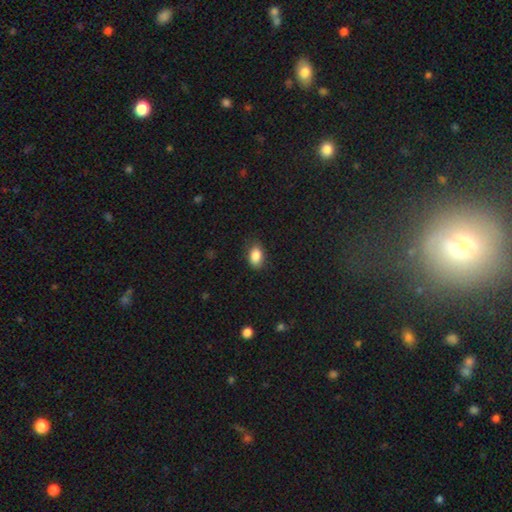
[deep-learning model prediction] This is clearly a smooth galaxy (87%). How rounded: clearly in between (86%). Merging: clearly none (83%).